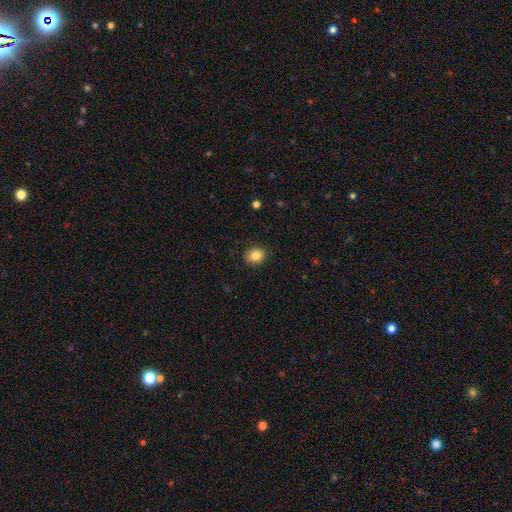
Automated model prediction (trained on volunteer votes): Overall: smooth (84%). How rounded: round (57%; in between 42%). Merging: none (89%).